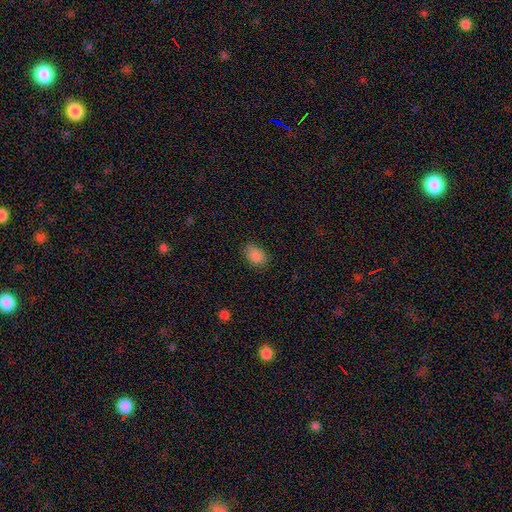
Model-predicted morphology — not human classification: Overall: smooth (86%). How rounded: in between (77%). Merging: none (79%).